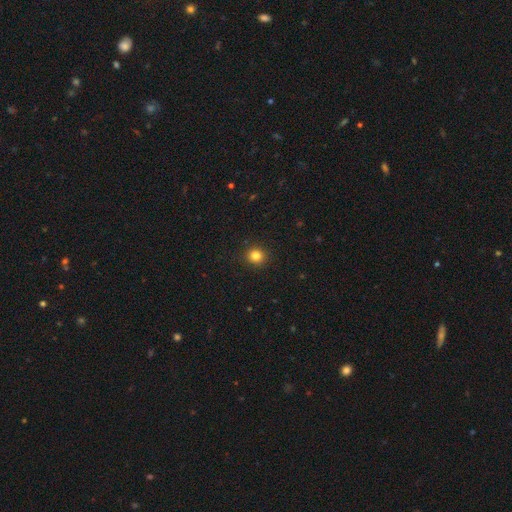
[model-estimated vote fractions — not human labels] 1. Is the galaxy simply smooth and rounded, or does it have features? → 83% smooth, 12% star or artifact, 5% featured or disk.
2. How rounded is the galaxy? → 90% round, 9% in between, 1% cigar-shaped.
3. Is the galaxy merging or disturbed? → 92% none, 6% minor disturbance, 2% major disturbance, 1% merger.